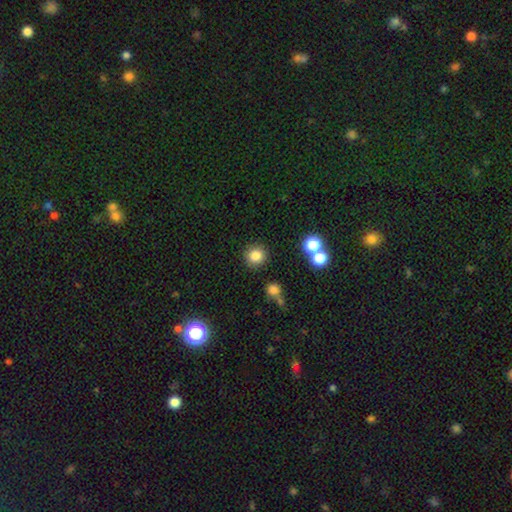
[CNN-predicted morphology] smooth_or_featured: smooth (p=0.83) [alt: star or artifact p=0.11]
how_rounded: round (p=0.91) [alt: in between p=0.08]
merging: none (p=0.86) [alt: minor disturbance p=0.07]